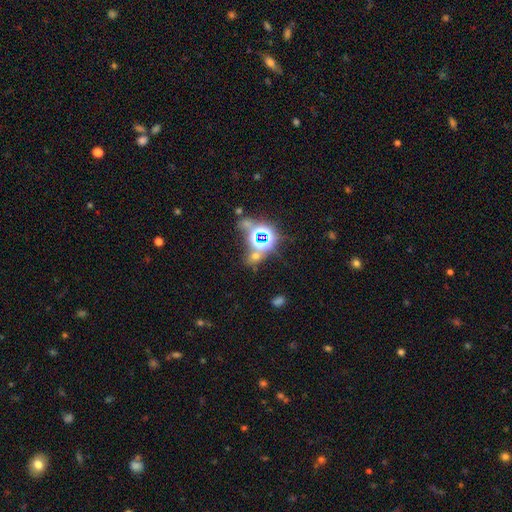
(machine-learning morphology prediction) Q: Smooth or featured?
A: star or artifact (59%); runner-up: smooth (31%)